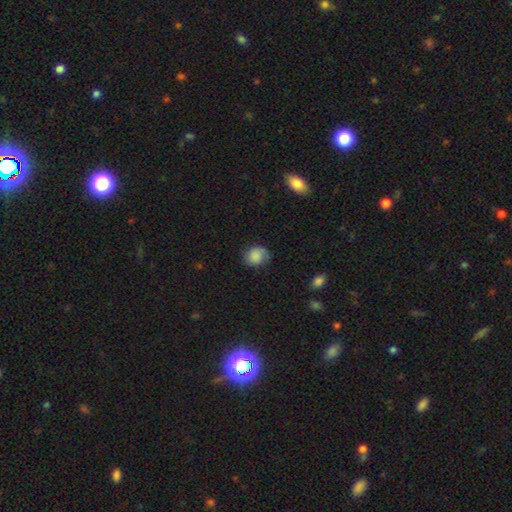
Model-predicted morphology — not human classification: Smooth or featured: smooth — 79% (featured or disk — 12%)
How rounded: round — 67% (in between — 32%)
Merging: none — 68% (minor disturbance — 24%)